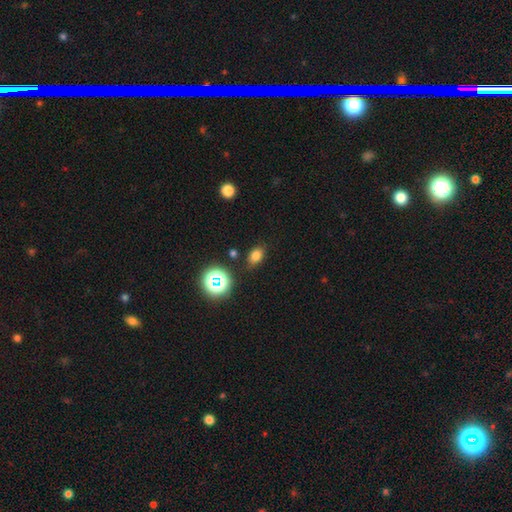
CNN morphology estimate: A smooth galaxy with no disk features (74%) that is in between round and cigar-shaped (76%).

Vote fractions:
- Smooth or featured? smooth: 74% / star or artifact: 19% / featured or disk: 7%
- How rounded? in between: 76% / round: 22% / cigar-shaped: 2%
- Merging? none: 81% / minor disturbance: 12% / merger: 3% / major disturbance: 3%